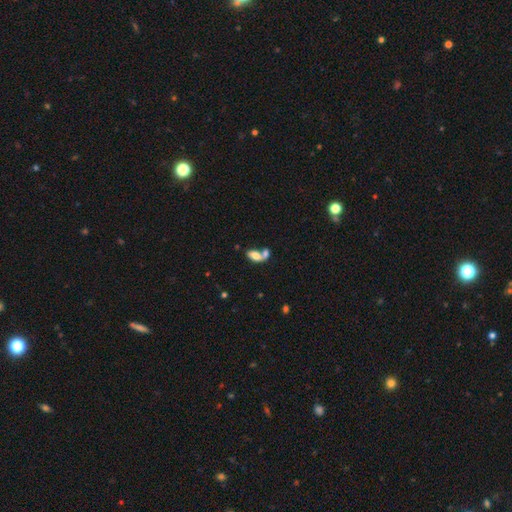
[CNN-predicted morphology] smooth_or_featured: smooth (p=0.72) [alt: featured or disk p=0.20]
how_rounded: in between (p=0.88) [alt: round p=0.06]
merging: merger (p=0.59) [alt: none p=0.25]